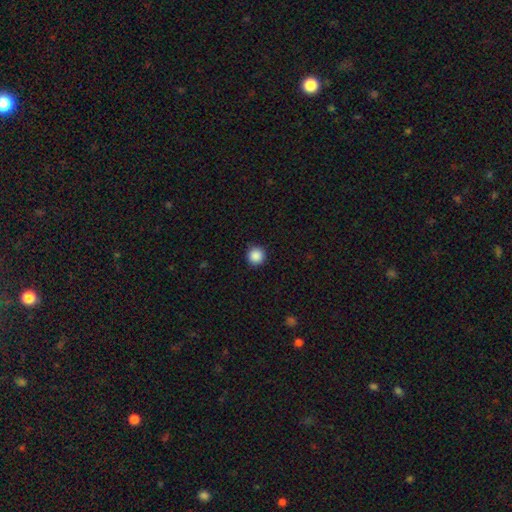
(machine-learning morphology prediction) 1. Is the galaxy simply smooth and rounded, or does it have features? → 88% smooth, 10% star or artifact, 2% featured or disk.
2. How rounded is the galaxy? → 96% round, 3% in between, 1% cigar-shaped.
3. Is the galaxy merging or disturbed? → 91% none, 6% minor disturbance, 2% major disturbance, 1% merger.